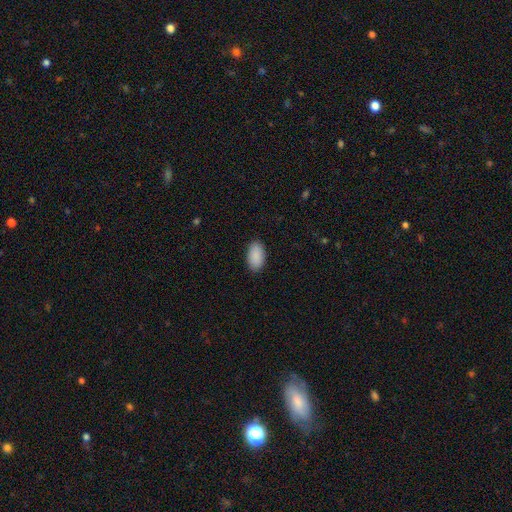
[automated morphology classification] A smooth galaxy with no disk features (91%) that is in between round and cigar-shaped (95%). Merging: none (89%).